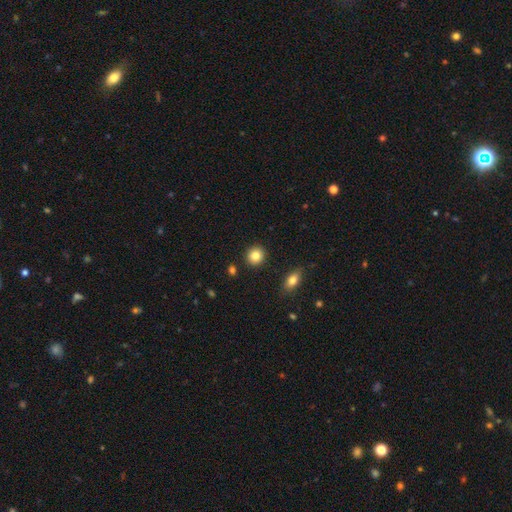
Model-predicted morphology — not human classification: Smooth or featured? Predicted: smooth (p=0.84). How rounded? Predicted: round (p=0.89). Merging? Predicted: none (p=0.91).